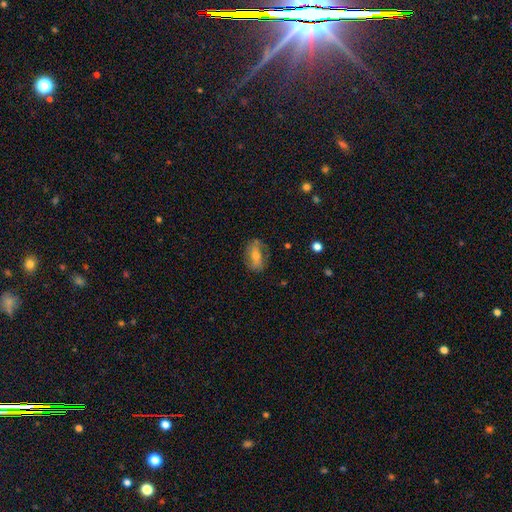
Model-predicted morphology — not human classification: Smooth or featured? Predicted: featured or disk (p=0.51). Edge-on disk? Predicted: no (p=0.87). Merging? Predicted: none (p=0.75).